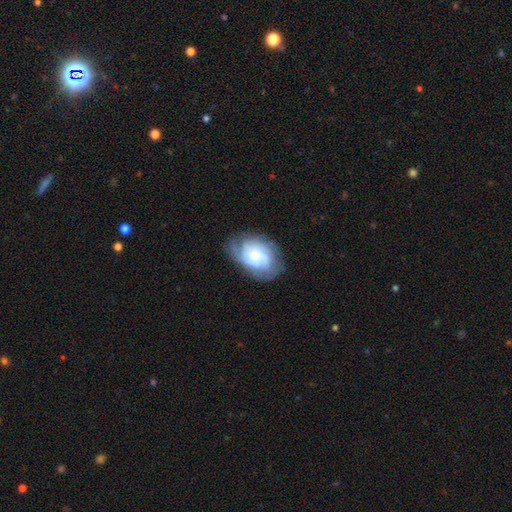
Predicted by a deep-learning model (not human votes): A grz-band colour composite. It shows a featured or disk galaxy (58%) with no bar (76%), spiral arms (83%) and a small central bulge (50%). Merging: none (62%).